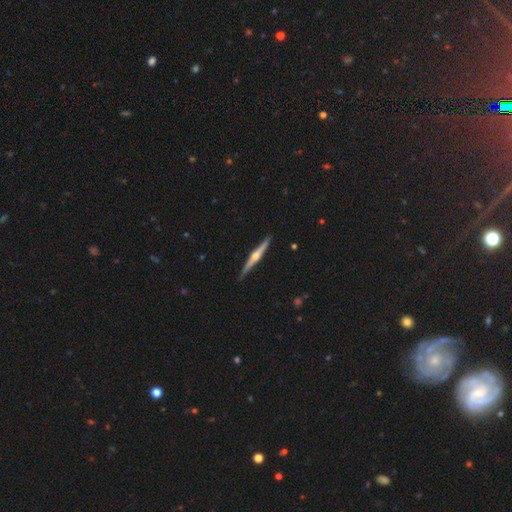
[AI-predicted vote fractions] Smooth or featured? featured or disk (77%)
Edge-on disk? yes (98%)
Edge-on bulge? rounded (92%)
Merging? none (89%)